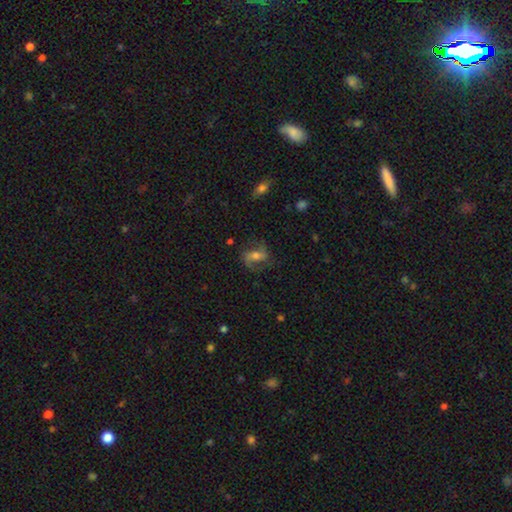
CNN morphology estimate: Smooth or featured? Predicted: featured or disk (p=0.70). Edge-on disk? Predicted: no (p=0.95). Bar? Predicted: weak (p=0.40). Spiral arms? Predicted: yes (p=0.90). Spiral winding? Predicted: loose (p=0.44). Spiral arm count? Predicted: 2 (p=0.85). Bulge size? Predicted: moderate (p=0.57). Merging? Predicted: none (p=0.70).